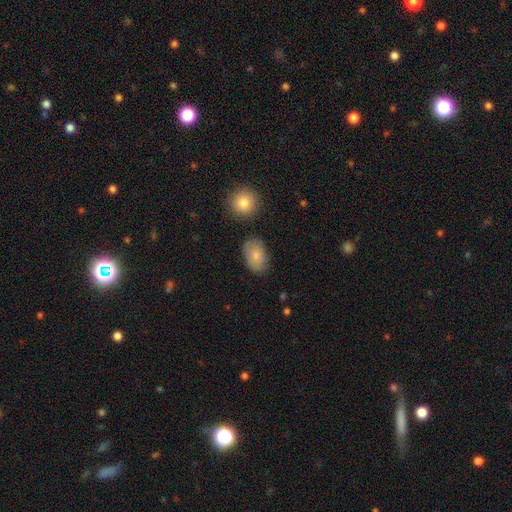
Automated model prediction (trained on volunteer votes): Smooth or featured?
  - smooth: 80% *
  - featured or disk: 13%
  - star or artifact: 7%
How rounded?
  - in between: 86% *
  - round: 13%
  - cigar-shaped: 1%
Merging?
  - none: 75% *
  - minor disturbance: 17%
  - merger: 4%
  - major disturbance: 4%